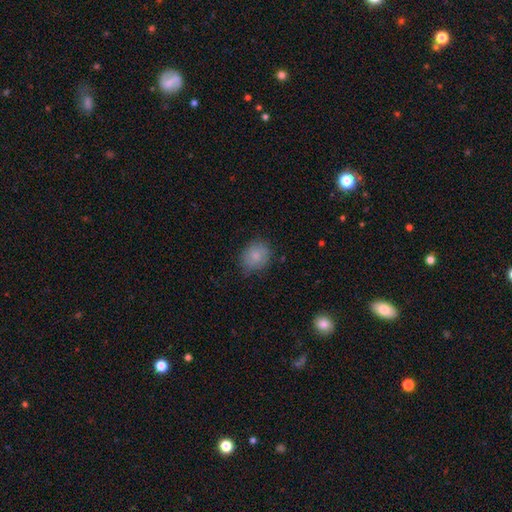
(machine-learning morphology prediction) Overall: smooth (82%). How rounded: round (60%; in between 39%). Merging: none (72%).